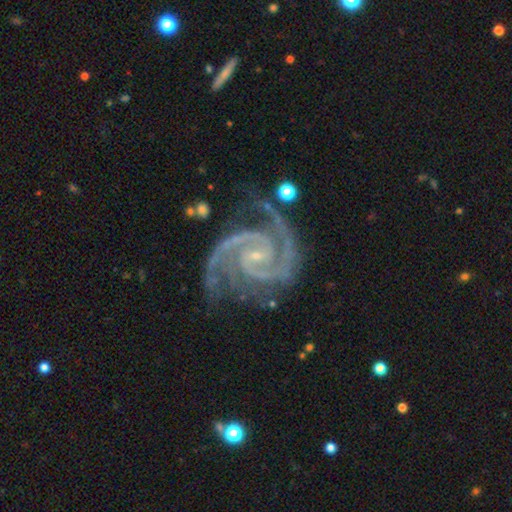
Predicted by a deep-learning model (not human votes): Smooth or featured? featured or disk (95%)
Edge-on disk? no (98%)
Bar? no (42%)
Spiral arms? yes (99%)
Spiral winding? tight (54%)
Spiral arm count? 2 (82%)
Bulge size? small (84%)
Merging? none (69%)